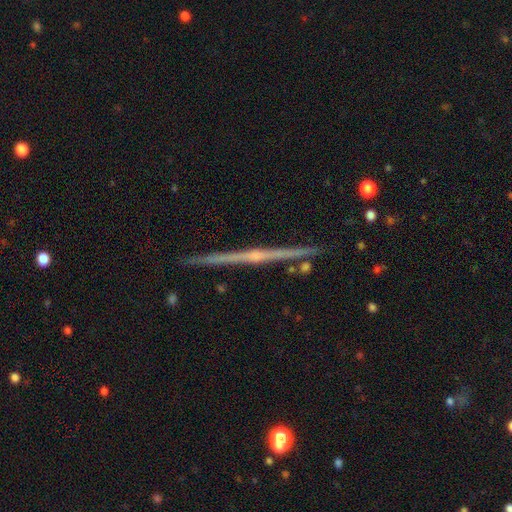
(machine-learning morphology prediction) Smooth or featured? Predicted: featured or disk (p=0.83). Edge-on disk? Predicted: yes (p=0.99). Edge-on bulge? Predicted: rounded (p=0.61). Merging? Predicted: none (p=0.91).